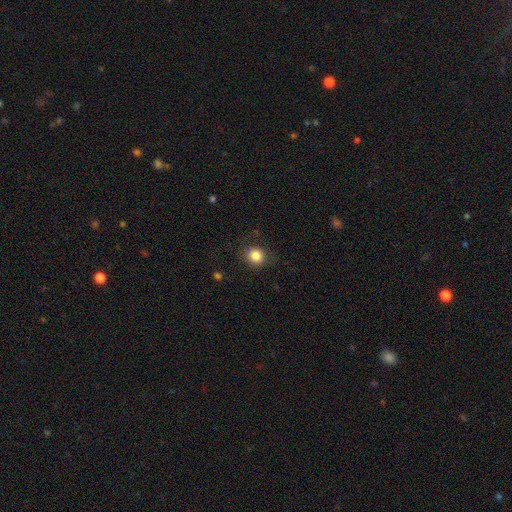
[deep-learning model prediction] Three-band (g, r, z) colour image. It shows a smooth galaxy with no disk features (84%) that is round (83%). Merging: none (80%).